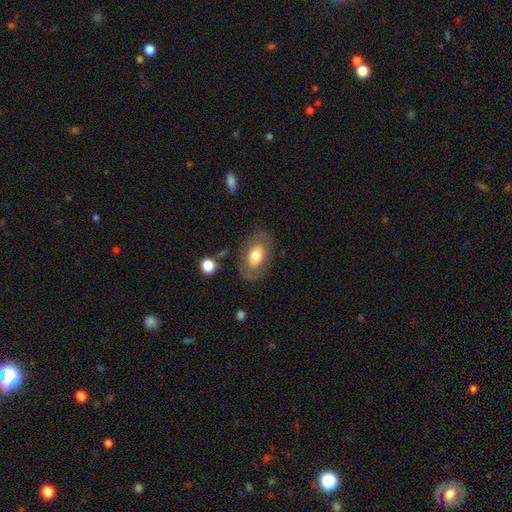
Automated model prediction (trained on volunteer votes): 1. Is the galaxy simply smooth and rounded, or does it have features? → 56% smooth, 38% featured or disk, 7% star or artifact.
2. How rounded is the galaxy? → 89% in between, 10% round, 2% cigar-shaped.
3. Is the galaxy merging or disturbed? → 76% none, 15% minor disturbance, 7% major disturbance, 2% merger.